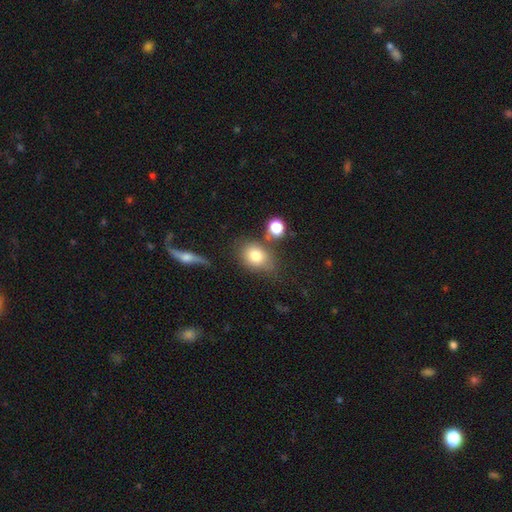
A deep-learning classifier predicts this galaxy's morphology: The model was most divided on "how rounded": in between: 58%, round: 41%, cigar-shaped: 1%. More confident: smooth or featured — smooth (78%); merging — none (62%).